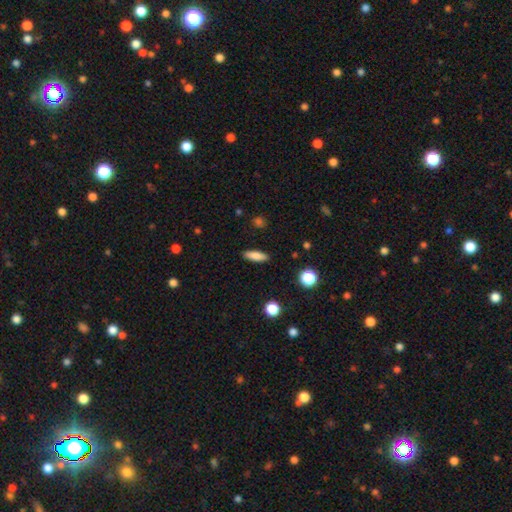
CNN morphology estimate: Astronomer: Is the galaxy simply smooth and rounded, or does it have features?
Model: smooth — 83%.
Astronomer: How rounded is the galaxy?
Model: cigar-shaped — 49% (runner-up: in between, 48%).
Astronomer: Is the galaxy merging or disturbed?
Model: none — 89%.